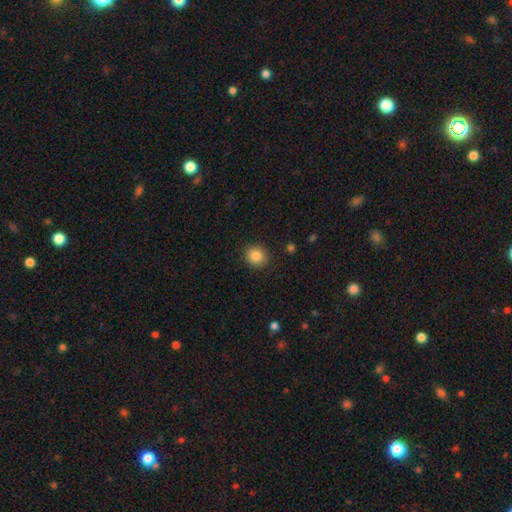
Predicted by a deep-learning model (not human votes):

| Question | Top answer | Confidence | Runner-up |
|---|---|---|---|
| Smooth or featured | smooth | 86% | star or artifact (10%) |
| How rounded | round | 81% | in between (18%) |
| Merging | none | 90% | minor disturbance (7%) |